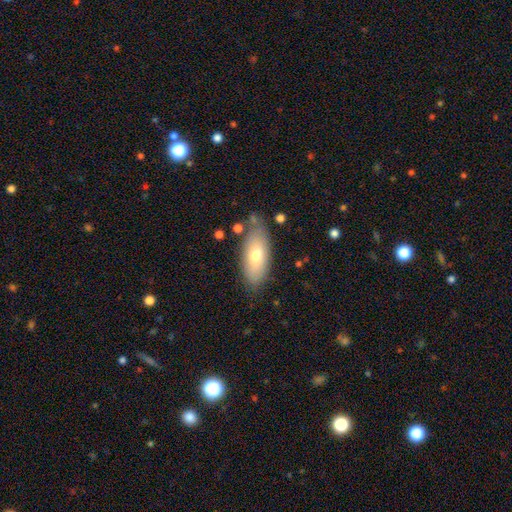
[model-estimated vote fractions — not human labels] Smooth or featured? Predicted: smooth (p=0.72). How rounded? Predicted: in between (p=0.83). Merging? Predicted: none (p=0.75).